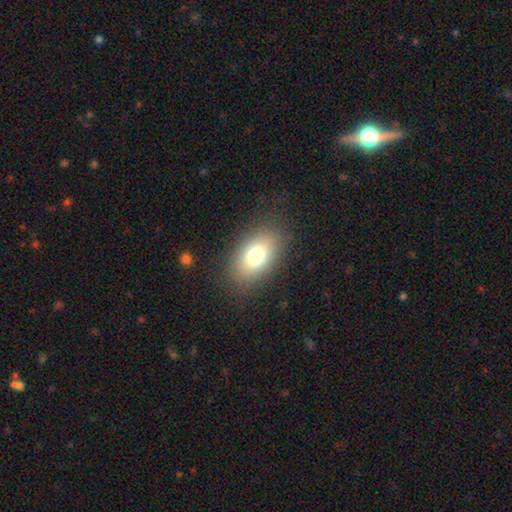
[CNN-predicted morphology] Smooth or featured?
  - smooth: 74% *
  - featured or disk: 14%
  - star or artifact: 12%
How rounded?
  - in between: 85% *
  - round: 13%
  - cigar-shaped: 2%
Merging?
  - none: 84% *
  - minor disturbance: 10%
  - major disturbance: 5%
  - merger: 1%